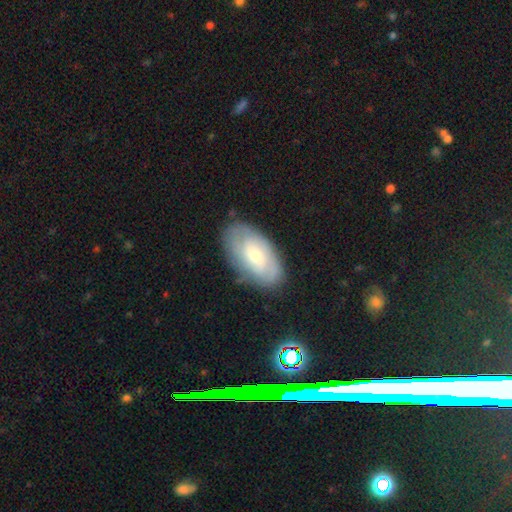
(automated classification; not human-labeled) Morphology: type=featured or disk (57%); edge-on=no (93%); bar=no (57%); spiral arms=yes (78%); bulge=small (59%); merging=none (80%).